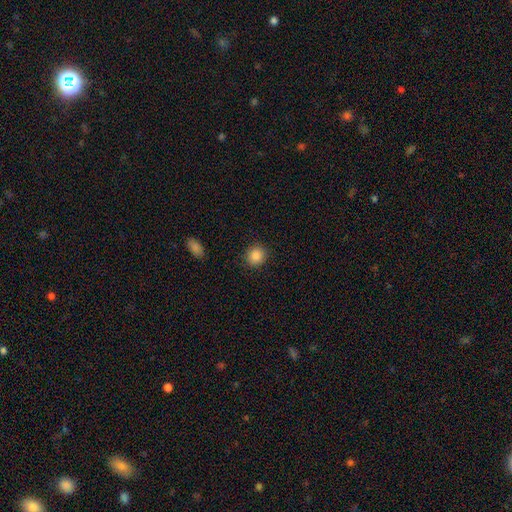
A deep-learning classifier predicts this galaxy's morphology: smooth-or-featured: smooth: 87% | star or artifact: 9% | featured or disk: 4%
  how-rounded: round: 83% | in between: 16% | cigar-shaped: 1%
  merging: none: 89% | minor disturbance: 7% | major disturbance: 2% | merger: 1%